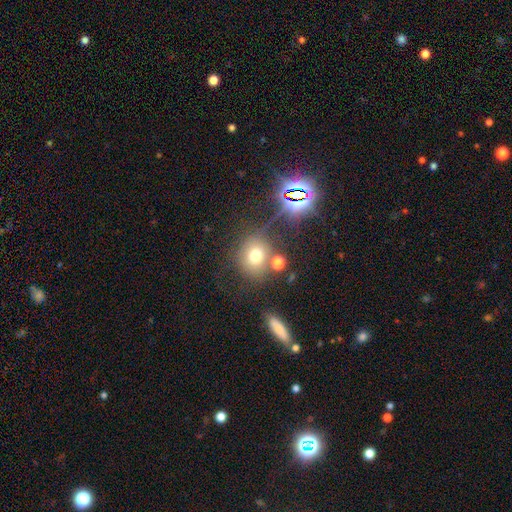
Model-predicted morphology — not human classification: Smooth or featured? Predicted: smooth (p=0.68). How rounded? Predicted: round (p=0.78). Merging? Predicted: none (p=0.66).